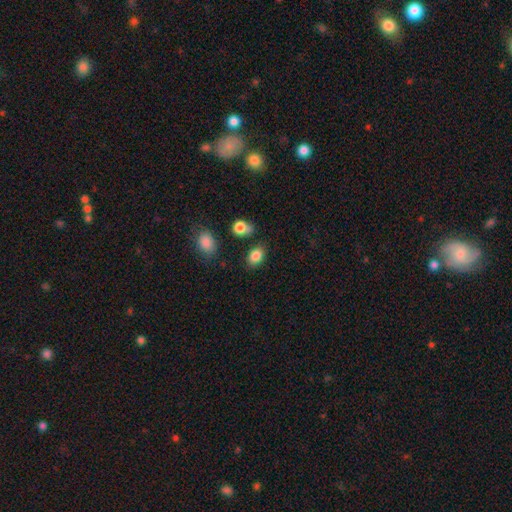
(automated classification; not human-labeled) Smooth or featured? Predicted: smooth (p=0.85). How rounded? Predicted: in between (p=0.75). Merging? Predicted: none (p=0.76).